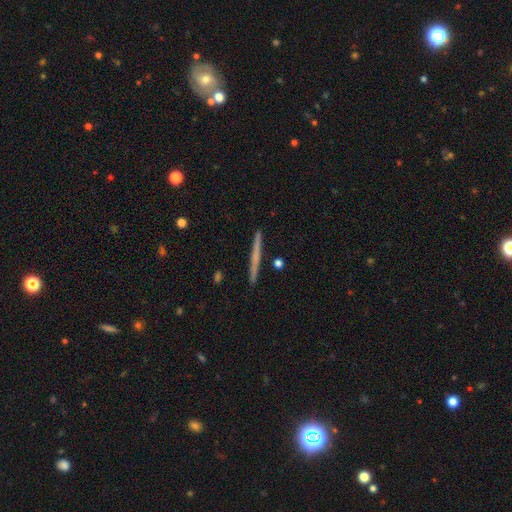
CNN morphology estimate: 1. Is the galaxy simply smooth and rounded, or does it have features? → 52% featured or disk, 43% smooth, 6% star or artifact.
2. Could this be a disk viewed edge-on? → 98% yes, 2% no.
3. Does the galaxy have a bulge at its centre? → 80% none, 16% rounded, 4% boxy.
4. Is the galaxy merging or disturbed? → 93% none, 5% minor disturbance, 1% merger, 1% major disturbance.